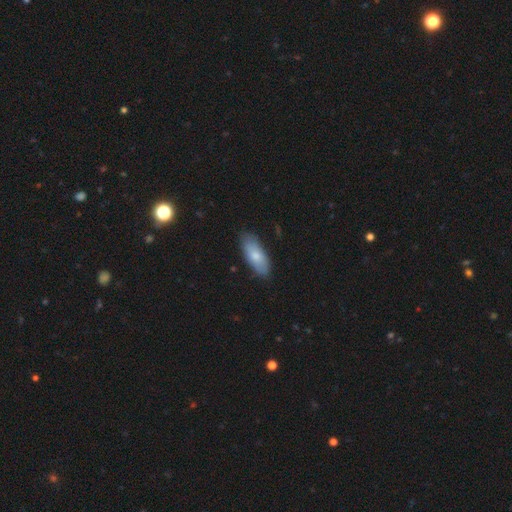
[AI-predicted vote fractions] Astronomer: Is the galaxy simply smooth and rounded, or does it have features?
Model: smooth — 77%.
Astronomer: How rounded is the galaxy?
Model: in between — 78%.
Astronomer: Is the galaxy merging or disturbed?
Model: none — 81%.